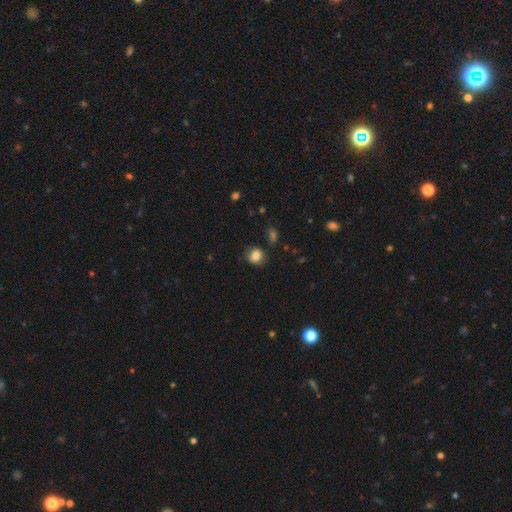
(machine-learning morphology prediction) This appears to be a smooth galaxy with no disk features (85%) that is round (81%). Merging: none (81%).